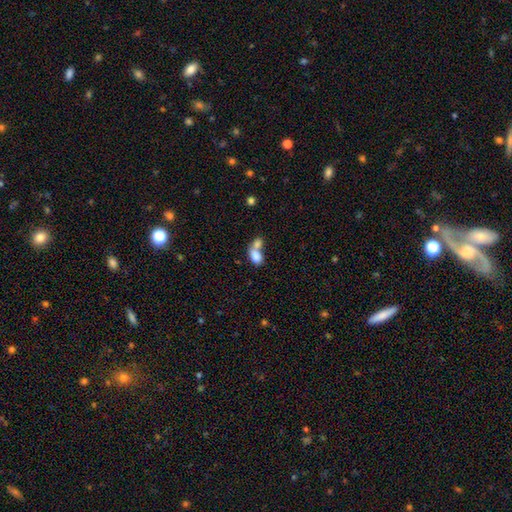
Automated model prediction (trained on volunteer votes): smooth 80%, featured or disk 12%, star or artifact 8%. Down the decision tree: how rounded — in between (83%); merging — merger (68%).